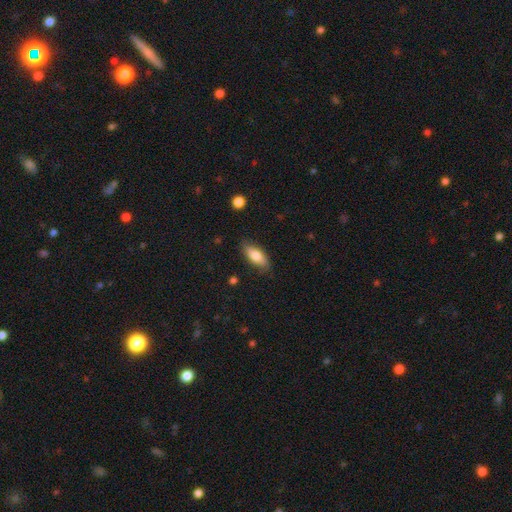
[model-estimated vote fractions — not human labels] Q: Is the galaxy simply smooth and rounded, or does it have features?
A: smooth — 77%.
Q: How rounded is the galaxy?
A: in between — 78%.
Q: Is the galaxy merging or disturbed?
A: none — 82%.